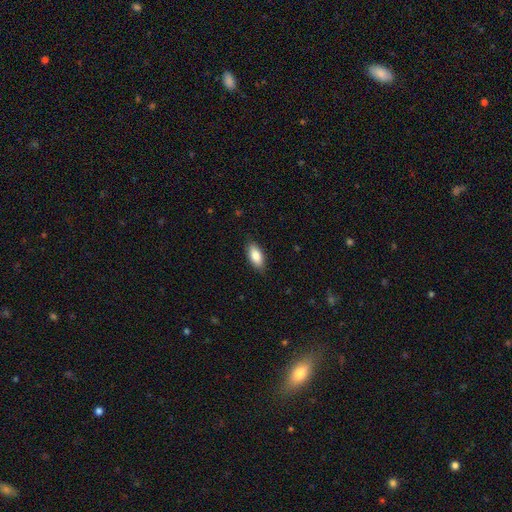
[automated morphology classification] Overall: smooth (85%). How rounded: in between (88%). Merging: none (87%).